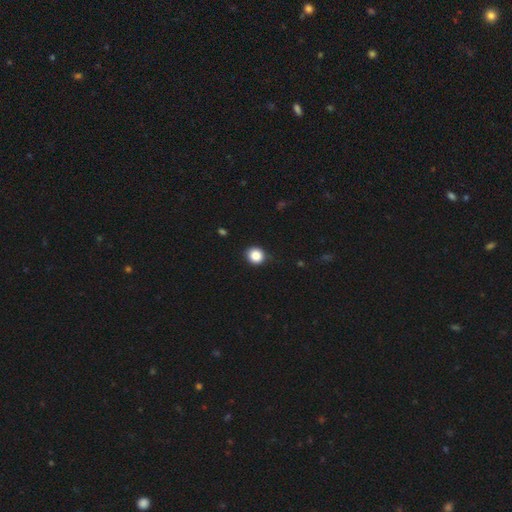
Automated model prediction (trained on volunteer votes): A smooth galaxy with no disk features (86%) that is round (86%).

Vote fractions:
- Smooth or featured? smooth: 86% / star or artifact: 10% / featured or disk: 4%
- How rounded? round: 86% / in between: 13% / cigar-shaped: 1%
- Merging? none: 88% / minor disturbance: 9% / major disturbance: 2% / merger: 1%